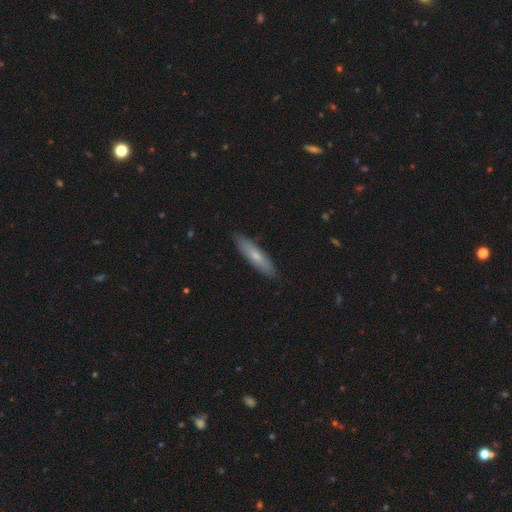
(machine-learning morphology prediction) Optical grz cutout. It shows a smooth galaxy with no disk features (65%) that is cigar-shaped (79%). Merging: none (88%).